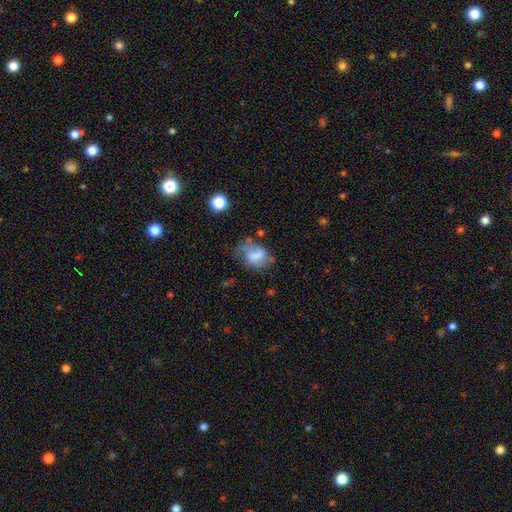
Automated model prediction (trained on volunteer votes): smooth_or_featured: smooth (p=0.47) [alt: featured or disk p=0.42]
merging: none (p=0.38) [alt: minor disturbance p=0.29]